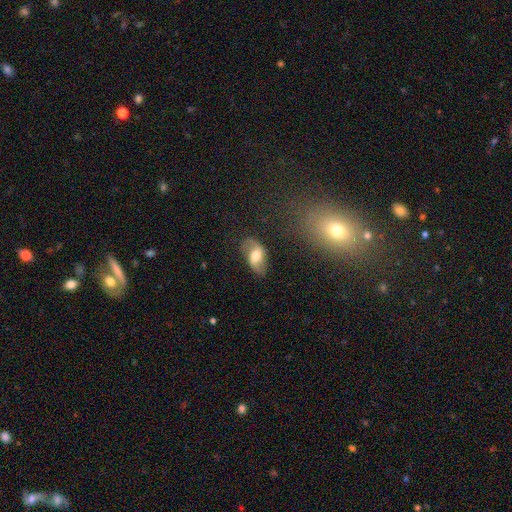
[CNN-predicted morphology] smooth_or_featured: featured or disk (p=0.58) [alt: smooth p=0.34]
disk_edge_on: no (p=0.94) [alt: yes p=0.06]
bar: weak (p=0.46) [alt: no p=0.37]
has_spiral_arms: yes (p=0.84) [alt: no p=0.16]
bulge_size: moderate (p=0.65) [alt: small p=0.18]
merging: none (p=0.71) [alt: minor disturbance p=0.19]